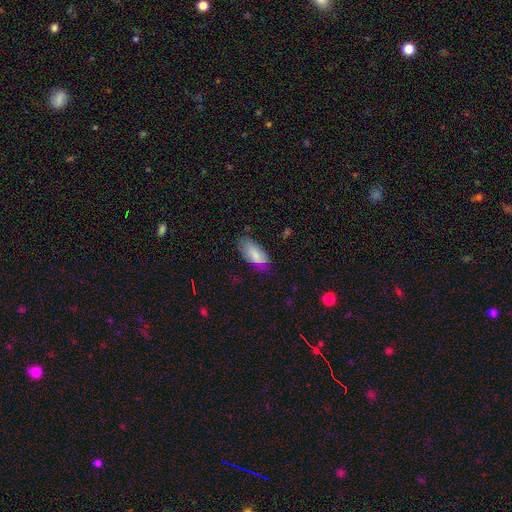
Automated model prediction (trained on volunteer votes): A smooth galaxy with no disk features (81%) that is in between round and cigar-shaped (88%).

Vote fractions:
- Smooth or featured? smooth: 81% / featured or disk: 12% / star or artifact: 7%
- How rounded? in between: 88% / cigar-shaped: 10% / round: 2%
- Merging? none: 68% / minor disturbance: 25% / major disturbance: 6% / merger: 2%